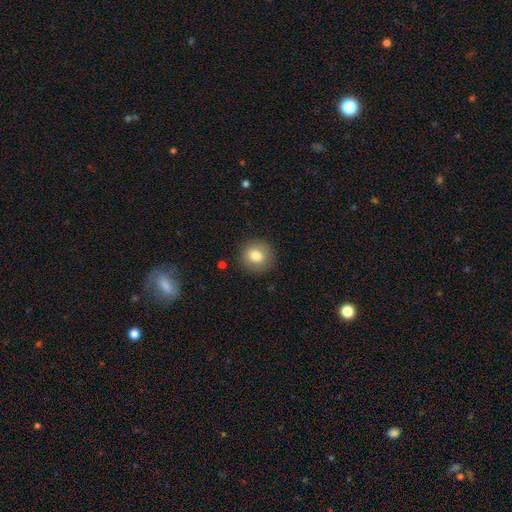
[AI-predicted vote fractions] The model was most divided on "smooth or featured": smooth: 80%, featured or disk: 11%, star or artifact: 9%. More confident: how rounded — round (89%); merging — none (88%).